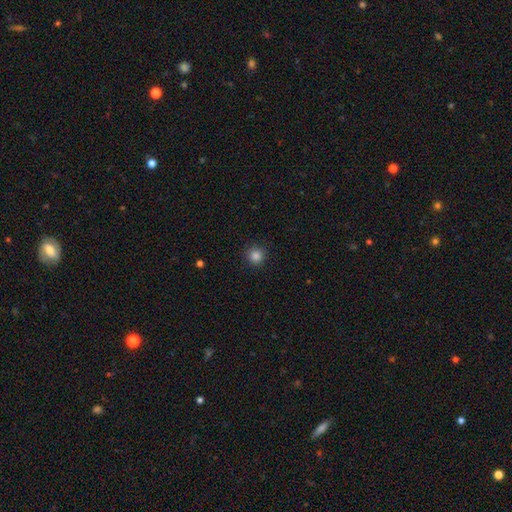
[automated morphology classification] This appears to be a smooth galaxy with no disk features (85%) that is round (95%). Merging: none (91%).